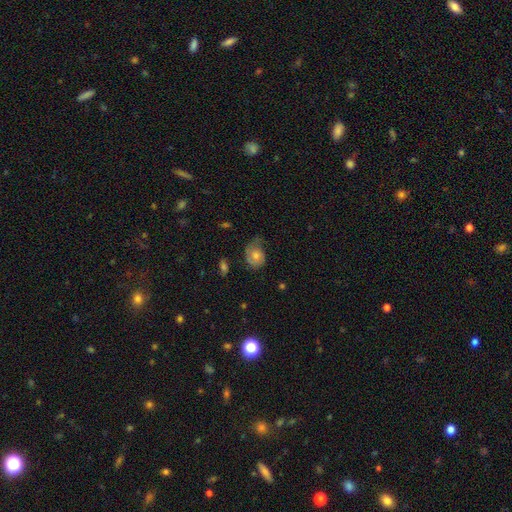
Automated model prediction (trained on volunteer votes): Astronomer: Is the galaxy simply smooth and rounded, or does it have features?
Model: featured or disk — 49% (runner-up: smooth, 41%).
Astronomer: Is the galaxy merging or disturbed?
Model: none — 47% (runner-up: minor disturbance, 32%).